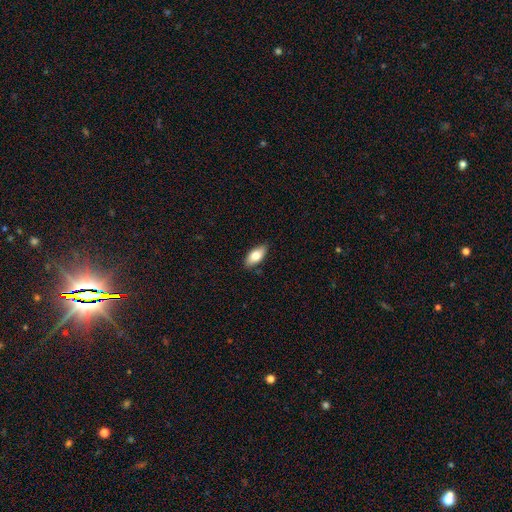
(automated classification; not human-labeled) Smooth or featured? Predicted: smooth (p=0.79). How rounded? Predicted: in between (p=0.89). Merging? Predicted: none (p=0.86).